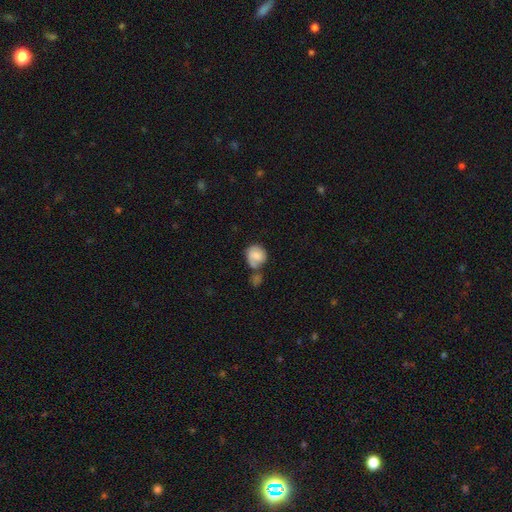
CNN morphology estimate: This appears to be a smooth galaxy with no disk features (75%) that is round (74%). Merging: merger (41%).